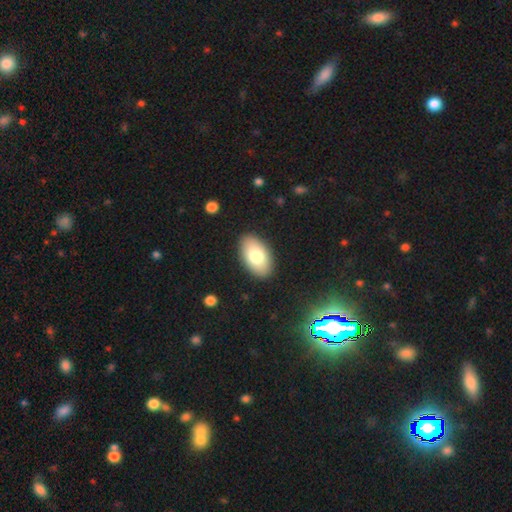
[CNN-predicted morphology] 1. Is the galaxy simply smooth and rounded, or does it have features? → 79% smooth, 14% featured or disk, 7% star or artifact.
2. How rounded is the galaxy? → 94% in between, 5% round, 1% cigar-shaped.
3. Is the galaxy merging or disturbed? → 89% none, 8% minor disturbance, 2% major disturbance, 1% merger.